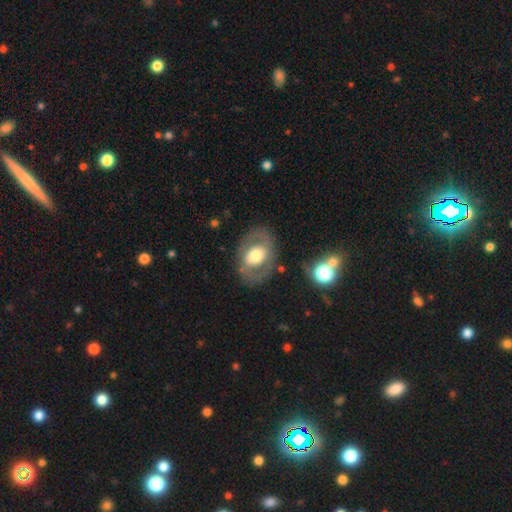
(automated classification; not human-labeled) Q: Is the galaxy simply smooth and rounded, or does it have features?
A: featured or disk — 51%.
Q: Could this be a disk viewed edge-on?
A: no — 94%.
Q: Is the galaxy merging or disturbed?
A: none — 76%.